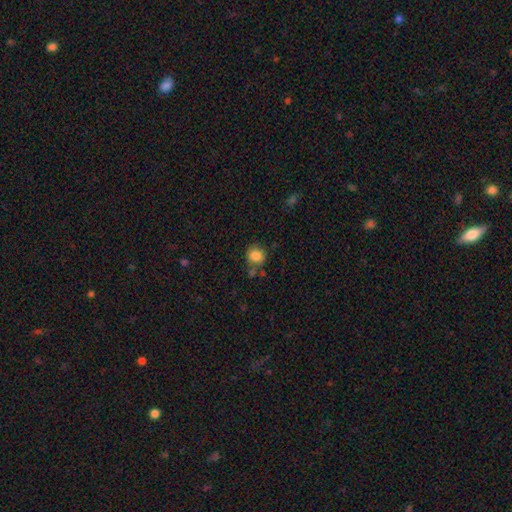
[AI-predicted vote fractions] A smooth galaxy with no disk features (85%) that is round (77%). Merging: none (71%).